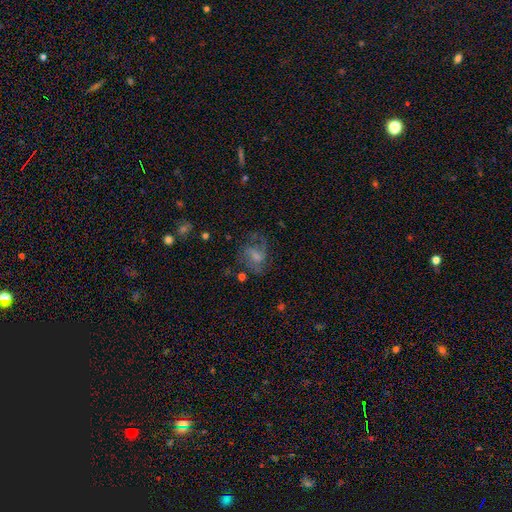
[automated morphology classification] The model was most divided on "bulge size": none: 33%, small: 30%, moderate: 28%, large: 8%, dominant: 2%. Remaining: edge-on disk — no (97%); spiral arms — yes (78%); smooth or featured — featured or disk (59%); bar — weak (48%); merging — none (46%).